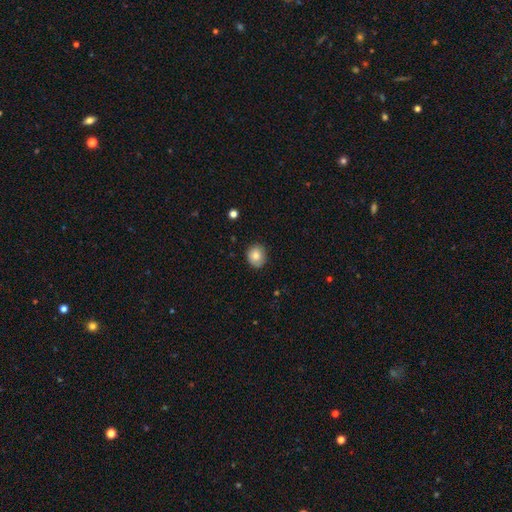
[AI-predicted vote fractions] Smooth or featured?
  - smooth: 82% *
  - featured or disk: 9%
  - star or artifact: 9%
How rounded?
  - round: 78% *
  - in between: 21%
  - cigar-shaped: 1%
Merging?
  - none: 85% *
  - minor disturbance: 12%
  - major disturbance: 2%
  - merger: 1%